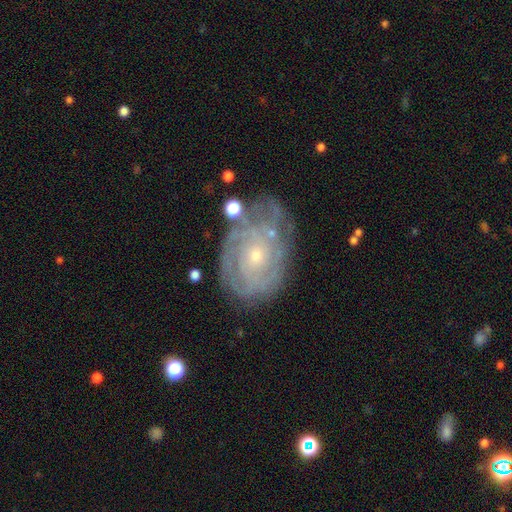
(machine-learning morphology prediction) This appears to be a featured or disk galaxy (79%) with no bar (74%), tight (74%) spiral arms (89%) and a small central bulge (67%). Merging: none (70%).